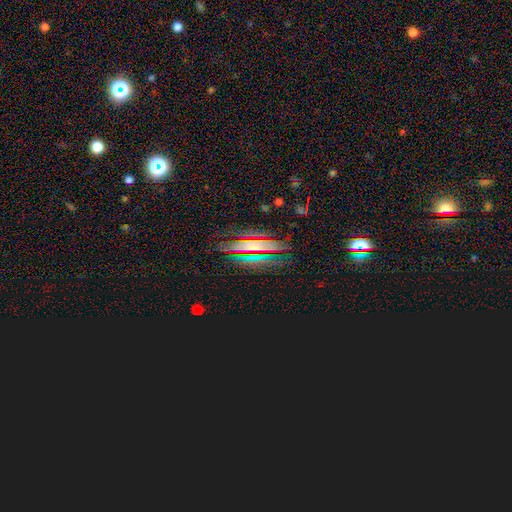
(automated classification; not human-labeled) Smooth or featured?
  - featured or disk: 37% *
  - smooth: 34%
  - star or artifact: 29%
Merging?
  - none: 77% *
  - minor disturbance: 15%
  - major disturbance: 5%
  - merger: 2%